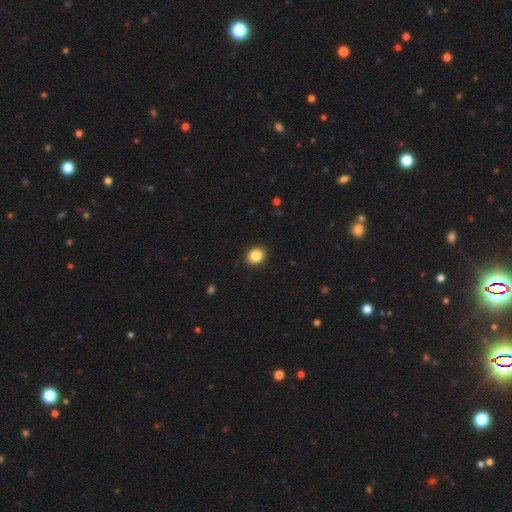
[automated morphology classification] This is clearly a smooth galaxy (87%). How rounded: likely round (65%). Merging: clearly none (91%).